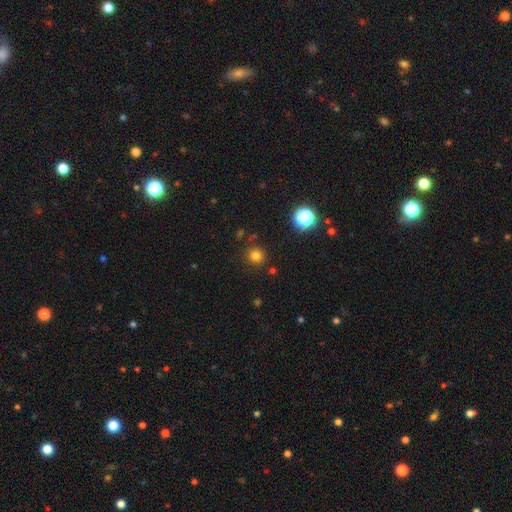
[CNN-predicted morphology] Smooth or featured? Predicted: smooth (p=0.78). How rounded? Predicted: round (p=0.94). Merging? Predicted: none (p=0.88).